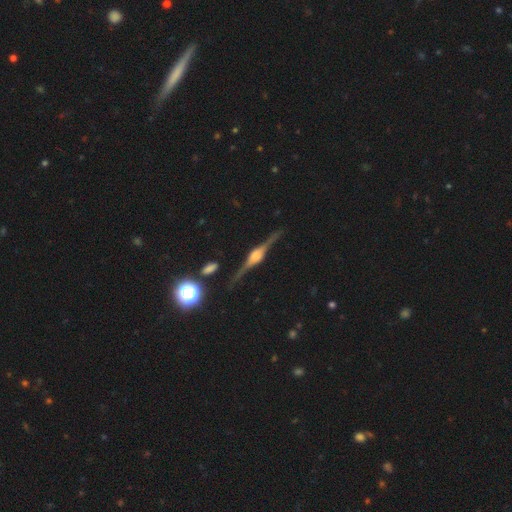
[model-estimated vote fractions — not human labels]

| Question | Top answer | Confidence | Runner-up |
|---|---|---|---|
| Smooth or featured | featured or disk | 88% | smooth (6%) |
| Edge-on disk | yes | 98% | no (2%) |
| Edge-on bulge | rounded | 80% | boxy (18%) |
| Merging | none | 85% | minor disturbance (10%) |